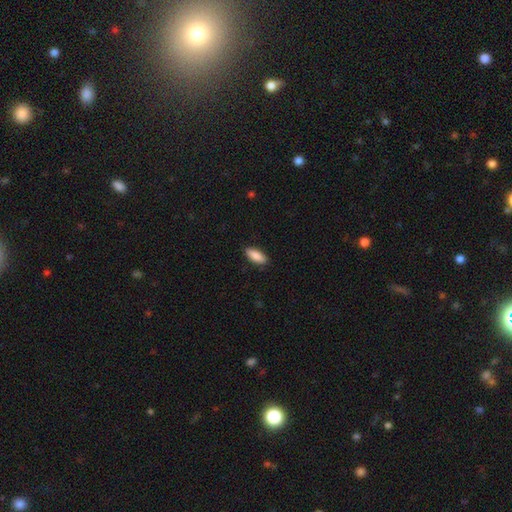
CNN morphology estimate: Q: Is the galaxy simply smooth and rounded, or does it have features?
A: smooth — 87%.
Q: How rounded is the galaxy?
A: in between — 75%.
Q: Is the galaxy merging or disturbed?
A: none — 88%.